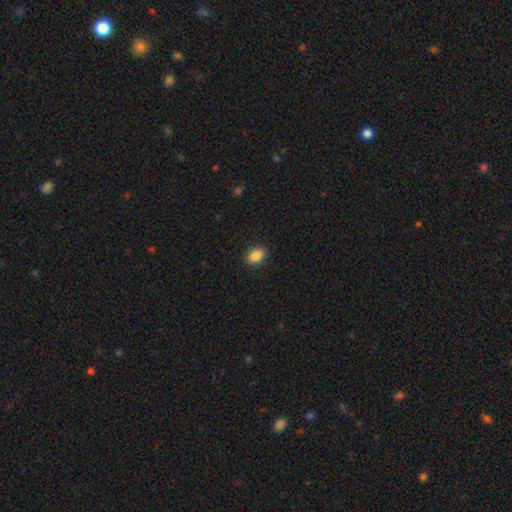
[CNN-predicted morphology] The model was most divided on "how rounded": in between: 85%, round: 14%, cigar-shaped: 2%. More confident: merging — none (90%); smooth or featured — smooth (88%).